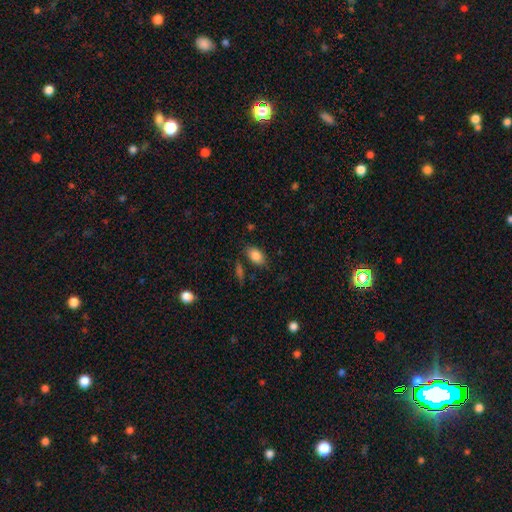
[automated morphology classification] Overall: smooth (86%). How rounded: in between (89%). Merging: none (78%).